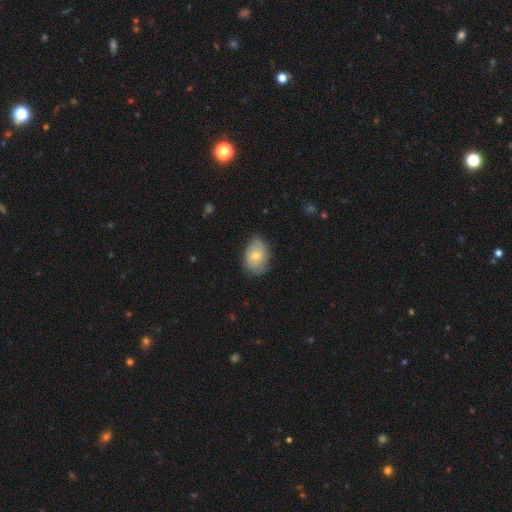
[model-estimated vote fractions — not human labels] Morphology: type=smooth (66%); roundness=in between (76%); merging=none (65%).